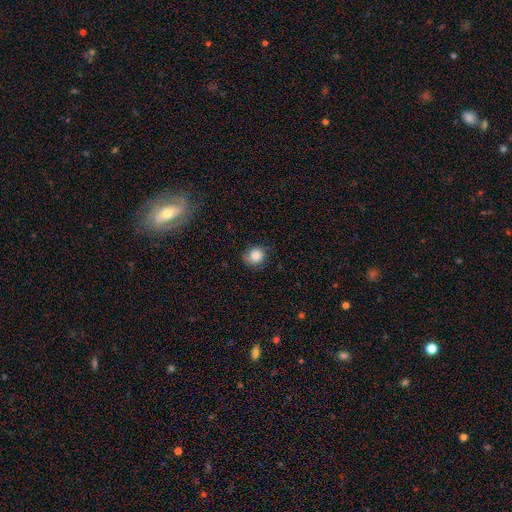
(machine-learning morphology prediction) type=smooth (83%); roundness=round (84%); merging=none (72%).